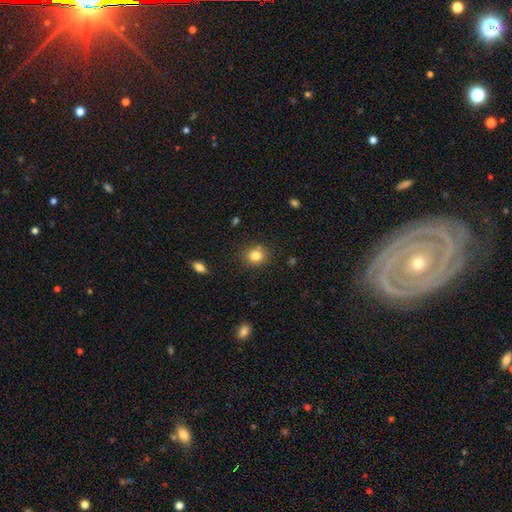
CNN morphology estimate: A smooth galaxy with no disk features (81%) that is round (73%). Merging: none (81%).